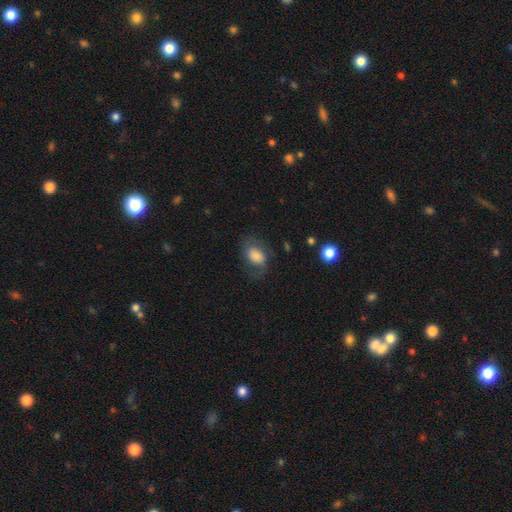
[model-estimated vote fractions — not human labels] Q: Smooth or featured?
A: smooth (65%); runner-up: featured or disk (26%)
Q: How rounded?
A: in between (77%); runner-up: round (22%)
Q: Merging?
A: none (59%); runner-up: minor disturbance (22%)